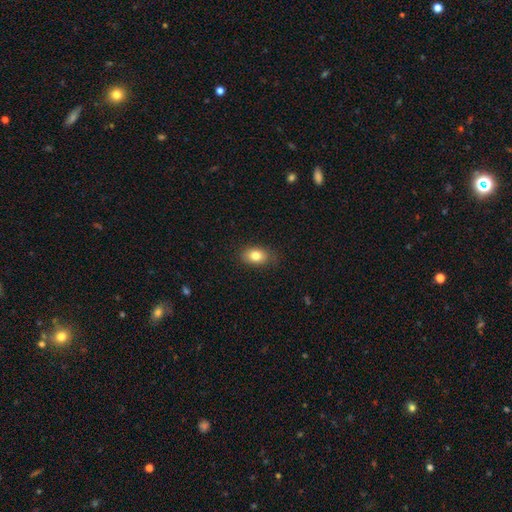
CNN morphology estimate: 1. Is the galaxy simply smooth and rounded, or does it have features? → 80% smooth, 11% featured or disk, 9% star or artifact.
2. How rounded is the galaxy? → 82% in between, 17% round, 1% cigar-shaped.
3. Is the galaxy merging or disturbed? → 81% none, 15% minor disturbance, 3% major disturbance, 1% merger.